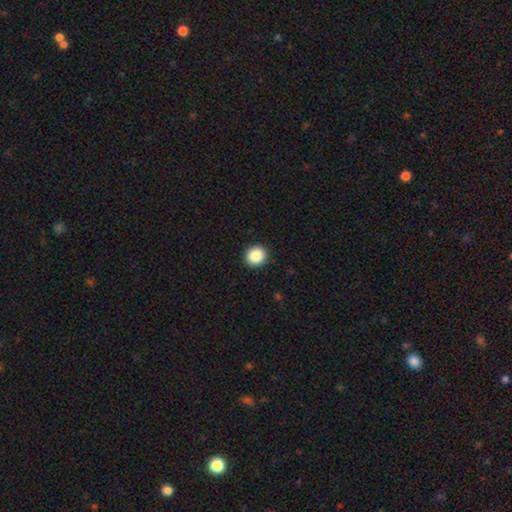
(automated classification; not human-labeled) This appears to be a smooth galaxy with no disk features (87%) that is round (93%). Merging: none (93%).